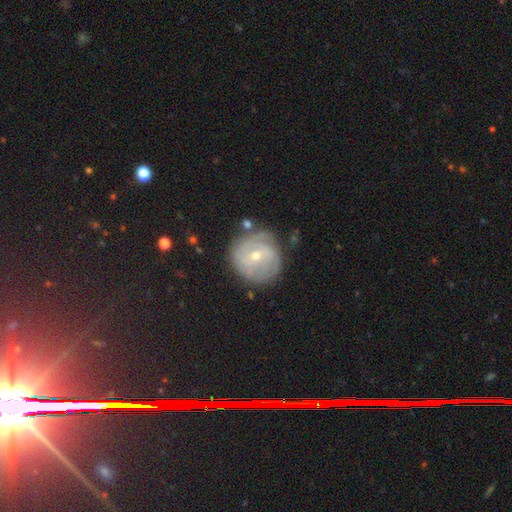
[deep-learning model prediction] This is likely a featured or disk galaxy (69%). It is clearly not viewed edge-on (97%). Bar: possibly no (53%). Spiral arm pattern: clearly yes (84%). Spiral arm count: marginally can't tell (39%). Spiral winding: likely tight (63%). Central bulge: likely small (61%). Merging: likely none (73%).